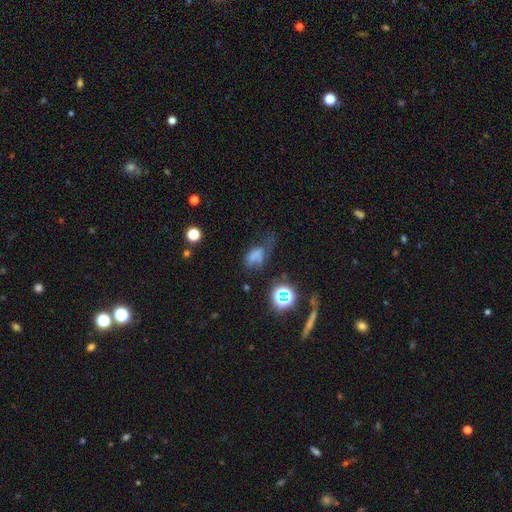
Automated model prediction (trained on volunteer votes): Overall: smooth (49%; featured or disk 28%). Merging: major disturbance (44%; none 23%).